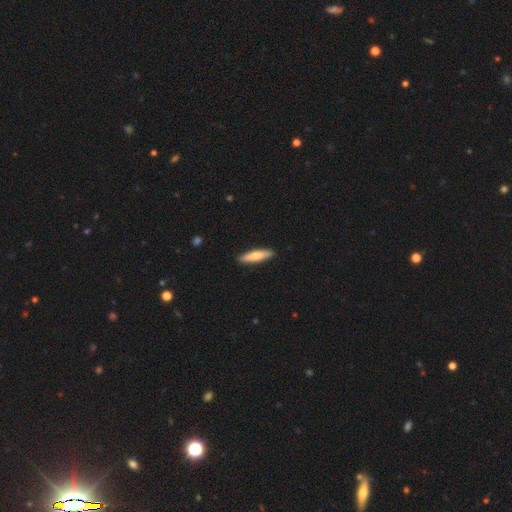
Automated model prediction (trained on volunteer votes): Q: Smooth or featured?
A: smooth (67%); runner-up: featured or disk (28%)
Q: How rounded?
A: cigar-shaped (79%); runner-up: in between (20%)
Q: Merging?
A: none (90%); runner-up: minor disturbance (7%)